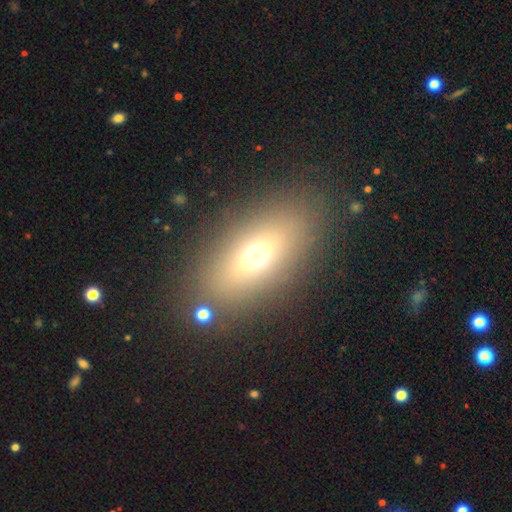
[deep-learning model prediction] A smooth galaxy with no disk features (65%) that is in between round and cigar-shaped (79%). Merging: none (81%).